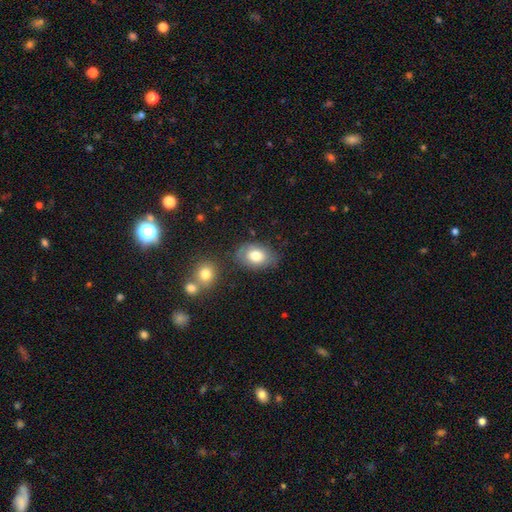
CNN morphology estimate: smooth_or_featured: smooth (p=0.75) [alt: featured or disk p=0.17]
how_rounded: in between (p=0.76) [alt: round p=0.22]
merging: none (p=0.70) [alt: minor disturbance p=0.19]